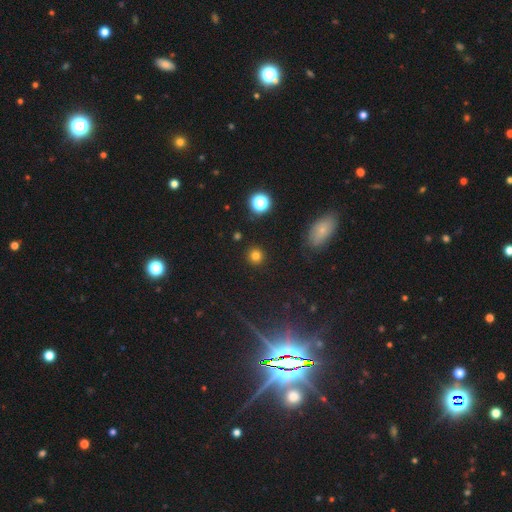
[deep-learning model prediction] This is likely a smooth galaxy (78%). How rounded: clearly round (93%). Merging: clearly none (91%).